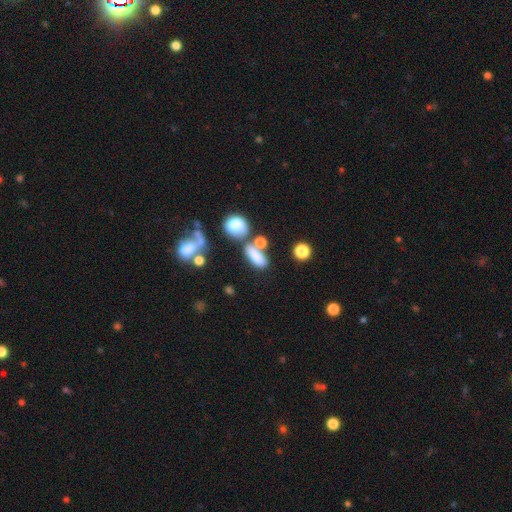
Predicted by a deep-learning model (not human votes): The model was most divided on "merging": none: 38%, merger: 37%, minor disturbance: 14%, major disturbance: 10%. More confident: smooth or featured — smooth (75%); how rounded — in between (68%).